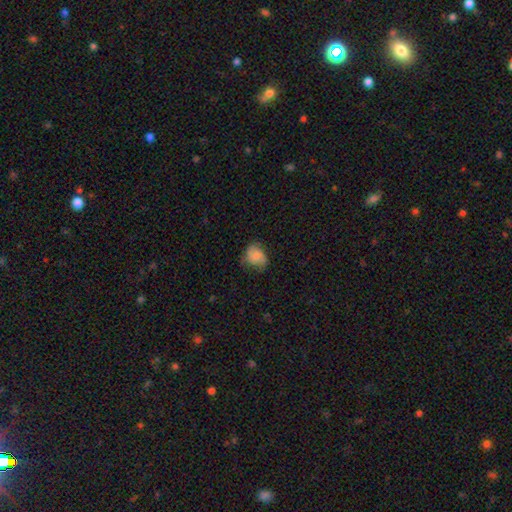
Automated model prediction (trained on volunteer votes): Q: Smooth or featured?
A: smooth (62%); runner-up: featured or disk (28%)
Q: How rounded?
A: round (51%); runner-up: in between (48%)
Q: Merging?
A: none (52%); runner-up: minor disturbance (31%)